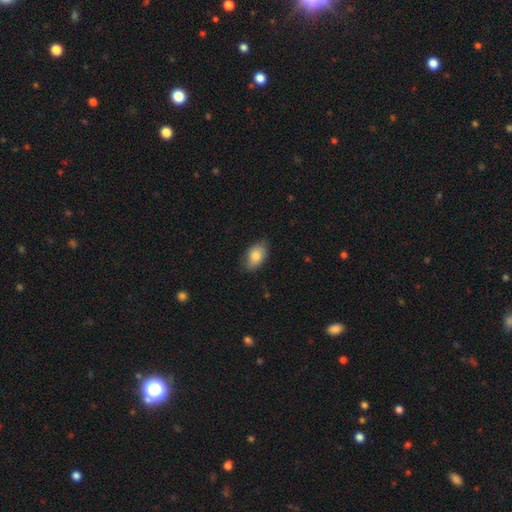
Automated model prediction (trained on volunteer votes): A smooth galaxy with no disk features (81%) that is in between round and cigar-shaped (91%). Merging: none (77%).